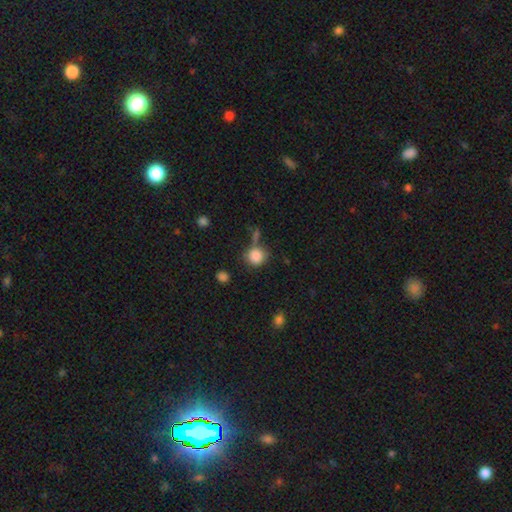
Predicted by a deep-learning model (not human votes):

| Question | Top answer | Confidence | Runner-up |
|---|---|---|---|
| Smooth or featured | smooth | 85% | star or artifact (10%) |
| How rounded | round | 85% | in between (14%) |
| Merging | none | 62% | minor disturbance (17%) |